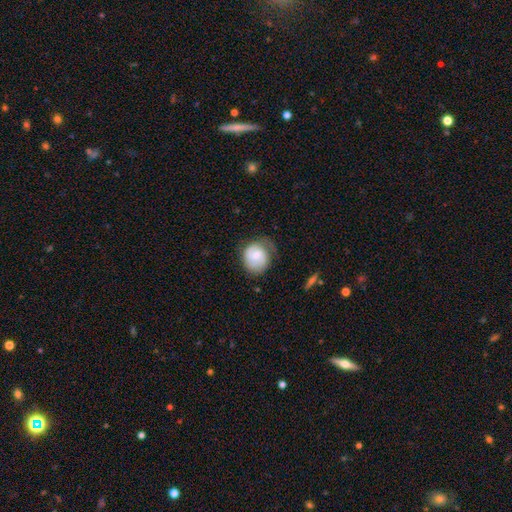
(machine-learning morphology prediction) featured or disk 53%, smooth 41%, star or artifact 7%. Down the decision tree: edge-on disk — no (98%); bar — no (51%); spiral arms — yes (88%); bulge size — moderate (47%); merging — none (59%).